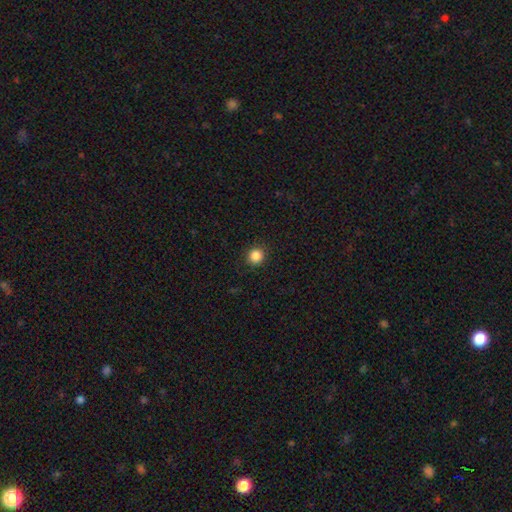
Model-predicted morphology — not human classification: Smooth or featured? Predicted: smooth (p=0.86). How rounded? Predicted: round (p=0.91). Merging? Predicted: none (p=0.91).